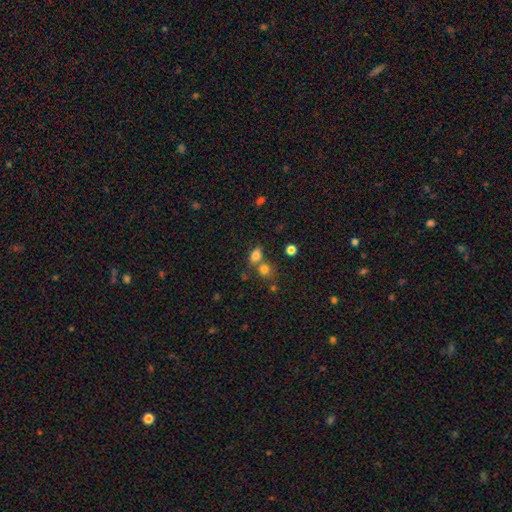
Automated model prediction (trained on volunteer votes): Overall: smooth (77%). How rounded: in between (69%). Merging: none (49%; merger 35%).